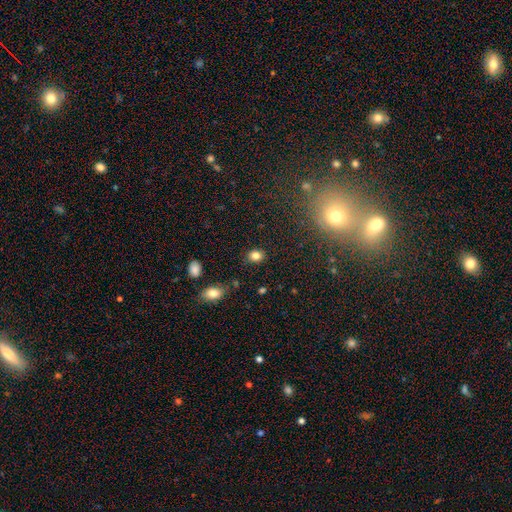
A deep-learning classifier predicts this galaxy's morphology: smooth-or-featured: smooth: 83% | star or artifact: 11% | featured or disk: 6%
  how-rounded: round: 53% | in between: 46% | cigar-shaped: 1%
  merging: none: 86% | minor disturbance: 10% | major disturbance: 3% | merger: 2%